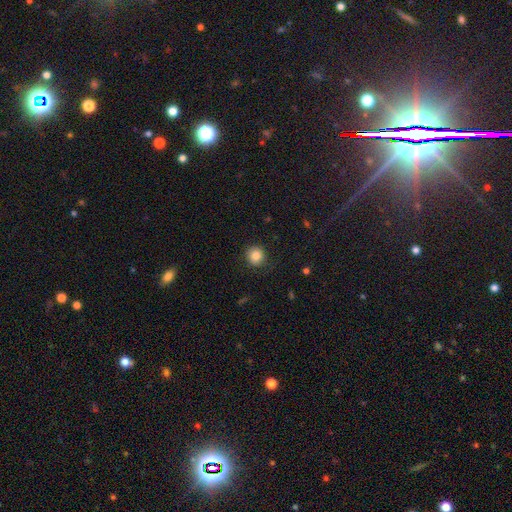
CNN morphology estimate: The model was most divided on "smooth or featured": smooth: 84%, star or artifact: 10%, featured or disk: 5%. More confident: how rounded — round (92%); merging — none (87%).